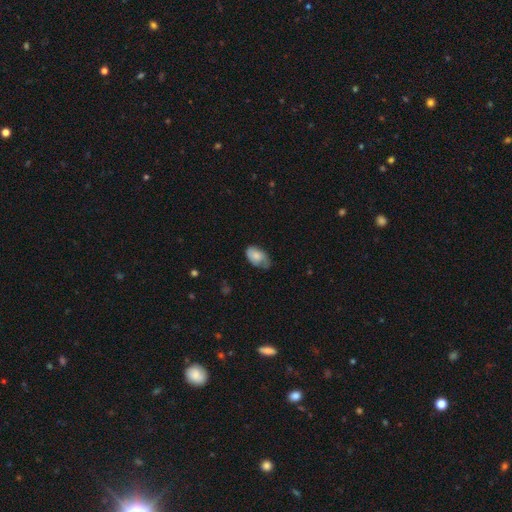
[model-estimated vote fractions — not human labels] Morphology: type=smooth (72%); roundness=in between (92%); merging=none (48%).